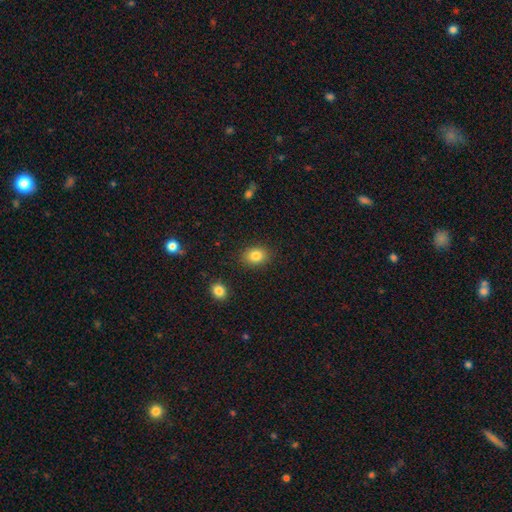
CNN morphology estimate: smooth-or-featured: smooth: 83% | star or artifact: 10% | featured or disk: 7%
  how-rounded: in between: 60% | round: 39% | cigar-shaped: 1%
  merging: none: 87% | minor disturbance: 9% | major disturbance: 2% | merger: 2%